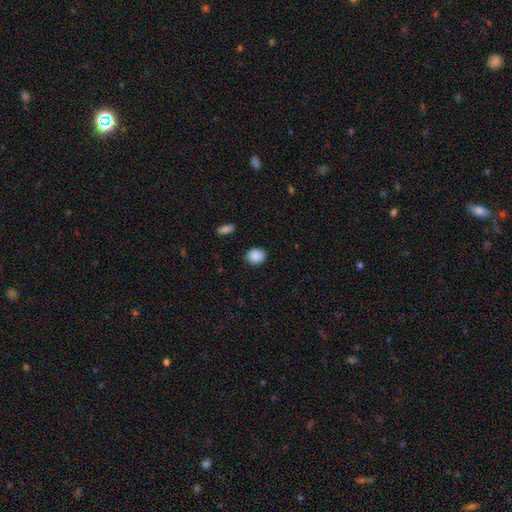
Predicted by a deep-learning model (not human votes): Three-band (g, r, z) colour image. It shows a smooth galaxy with no disk features (89%) that is round (65%). Merging: none (86%).